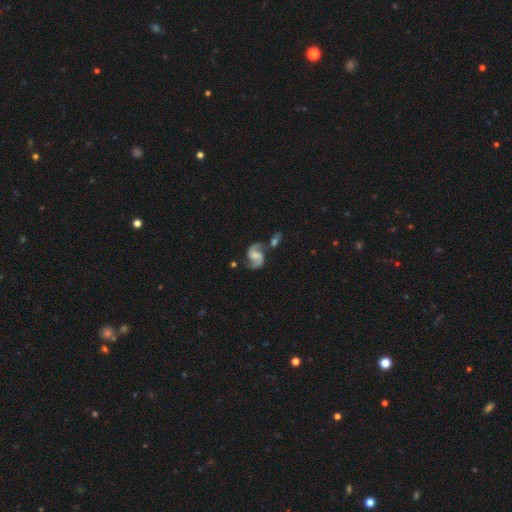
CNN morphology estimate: Smooth or featured?
  - featured or disk: 88% *
  - smooth: 7%
  - star or artifact: 5%
Edge-on disk?
  - no: 98% *
  - yes: 2%
Bar?
  - weak: 46% *
  - no: 40%
  - strong: 14%
Spiral arms?
  - yes: 97% *
  - no: 3%
Spiral winding?
  - medium: 52% *
  - loose: 37%
  - tight: 11%
Spiral arm count?
  - 2: 93% *
  - can't tell: 2%
  - 1: 2%
  - 3: 1%
  - 4: 1%
  - more than 4: 1%
Bulge size?
  - small: 32% * (tied)
  - moderate: 32% * (tied)
  - none: 27%
  - large: 7%
  - dominant: 2%
Merging?
  - none: 58% *
  - merger: 21%
  - minor disturbance: 14%
  - major disturbance: 6%